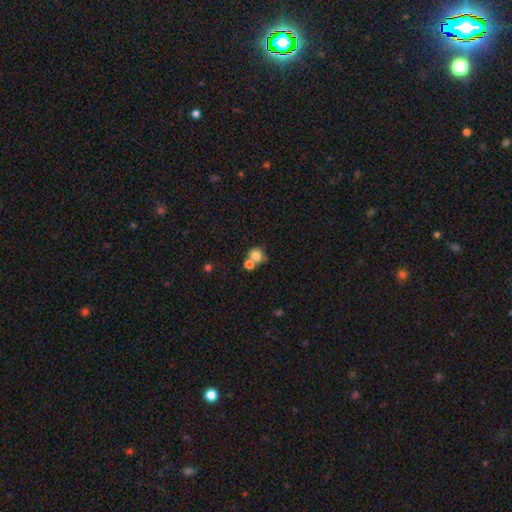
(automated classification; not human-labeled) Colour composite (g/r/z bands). It shows a smooth galaxy with no disk features (77%) that is round (77%). Merging: merger (46%).